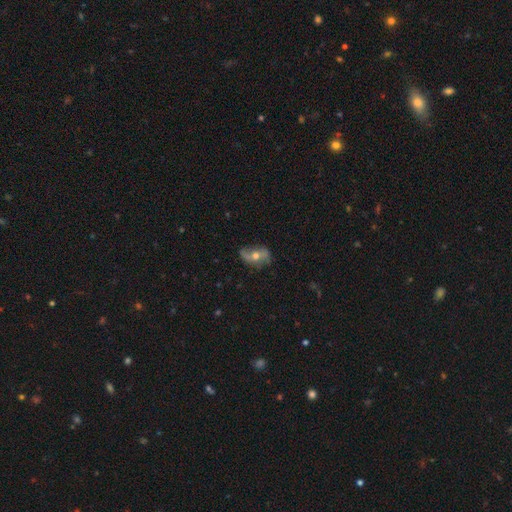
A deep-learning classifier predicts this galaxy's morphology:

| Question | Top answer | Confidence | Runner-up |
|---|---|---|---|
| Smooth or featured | featured or disk | 63% | smooth (28%) |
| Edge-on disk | no | 90% | yes (10%) |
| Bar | no | 57% | weak (27%) |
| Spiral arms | yes | 78% | no (22%) |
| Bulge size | moderate | 71% | small (20%) |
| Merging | none | 71% | minor disturbance (20%) |